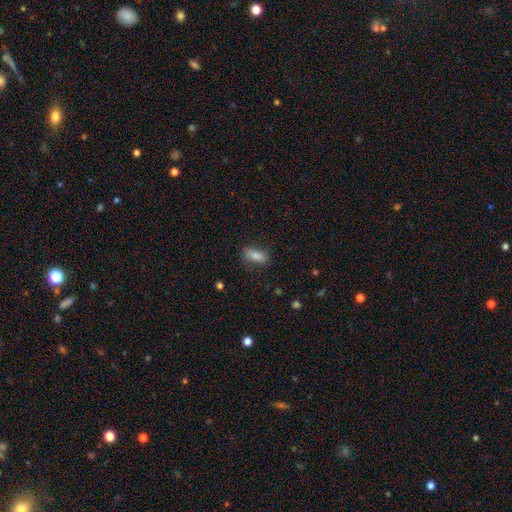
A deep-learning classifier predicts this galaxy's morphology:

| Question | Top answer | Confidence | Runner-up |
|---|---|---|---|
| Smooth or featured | smooth | 80% | featured or disk (11%) |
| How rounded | in between | 80% | cigar-shaped (16%) |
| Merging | none | 83% | minor disturbance (13%) |